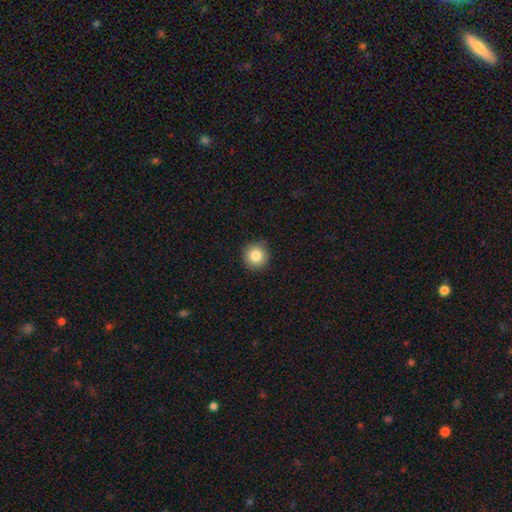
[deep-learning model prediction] smooth 83%, star or artifact 10%, featured or disk 7%. Down the decision tree: how rounded — round (94%); merging — none (90%).